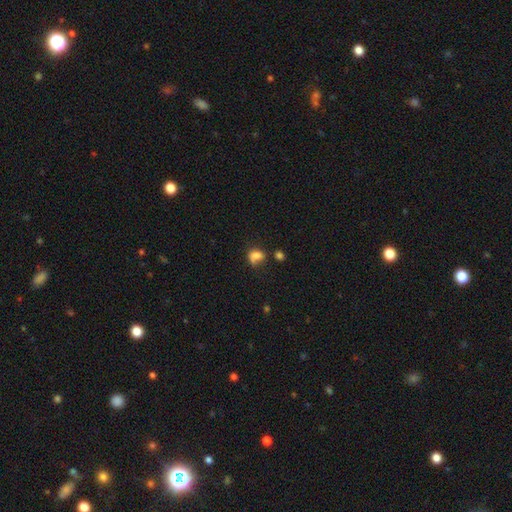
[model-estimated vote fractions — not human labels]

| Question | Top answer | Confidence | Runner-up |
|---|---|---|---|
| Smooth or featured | smooth | 74% | featured or disk (14%) |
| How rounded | in between | 60% | round (39%) |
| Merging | none | 34% | merger (27%) |